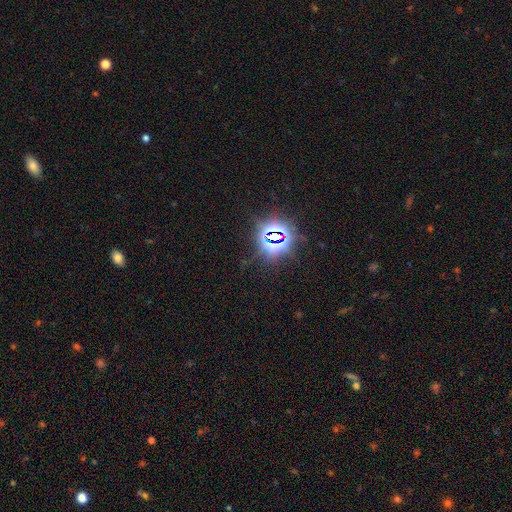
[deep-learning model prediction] Smooth or featured?
  - star or artifact: 81% *
  - smooth: 11%
  - featured or disk: 7%